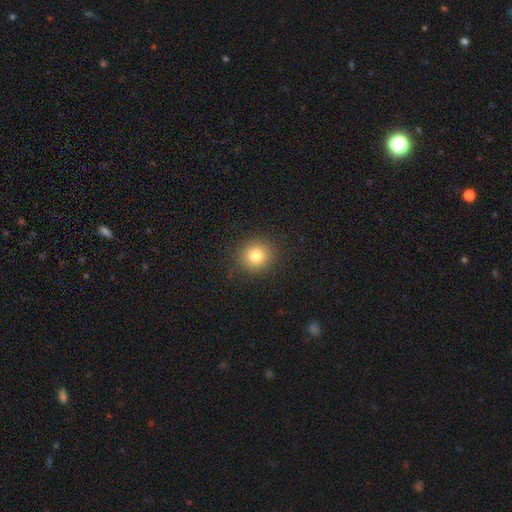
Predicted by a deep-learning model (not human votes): smooth_or_featured: smooth (p=0.80) [alt: star or artifact p=0.12]
how_rounded: round (p=0.91) [alt: in between p=0.08]
merging: none (p=0.89) [alt: minor disturbance p=0.07]